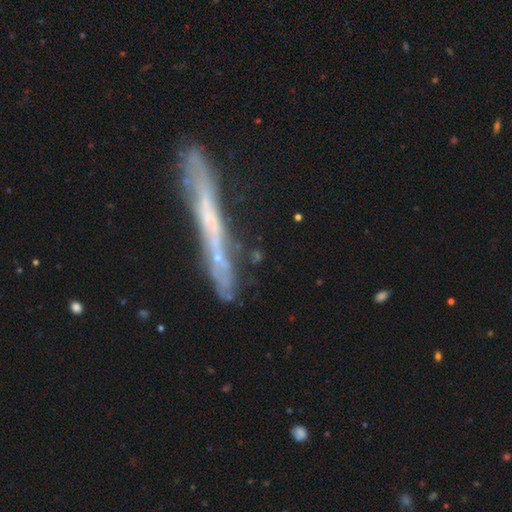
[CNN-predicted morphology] Smooth or featured? Predicted: featured or disk (p=0.50). Merging? Predicted: none (p=0.65).